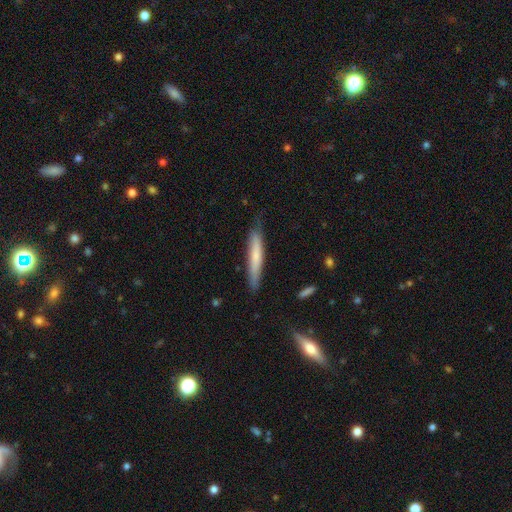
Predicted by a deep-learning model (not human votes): Smooth or featured?
  - smooth: 64% *
  - featured or disk: 31%
  - star or artifact: 6%
How rounded?
  - cigar-shaped: 93% *
  - in between: 5%
  - round: 1%
Merging?
  - none: 77% *
  - minor disturbance: 18%
  - major disturbance: 3%
  - merger: 2%